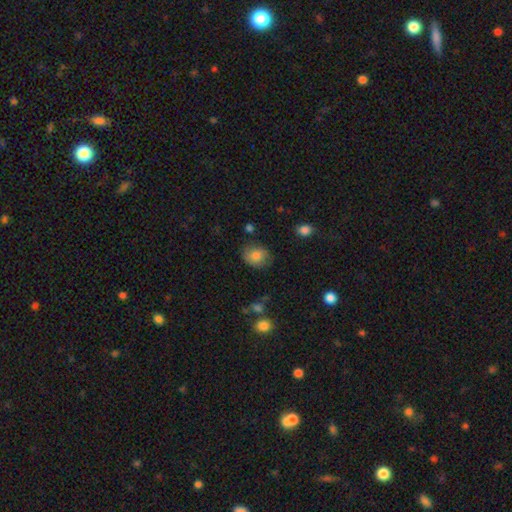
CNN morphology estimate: Smooth or featured: smooth — 79% (featured or disk — 13%)
How rounded: in between — 52% (round — 47%)
Merging: none — 73% (minor disturbance — 20%)